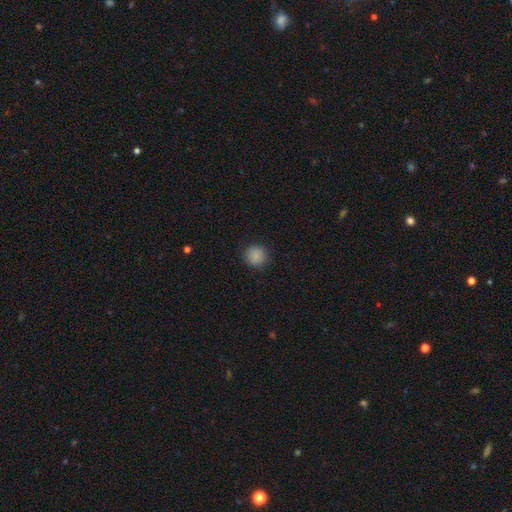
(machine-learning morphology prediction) smooth 87%, star or artifact 10%, featured or disk 3%. Down the decision tree: how rounded — round (93%); merging — none (89%).